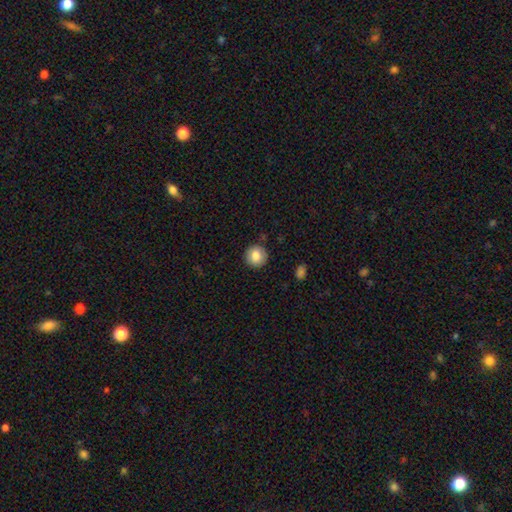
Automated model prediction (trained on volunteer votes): Overall: smooth (83%). How rounded: round (94%). Merging: none (89%).